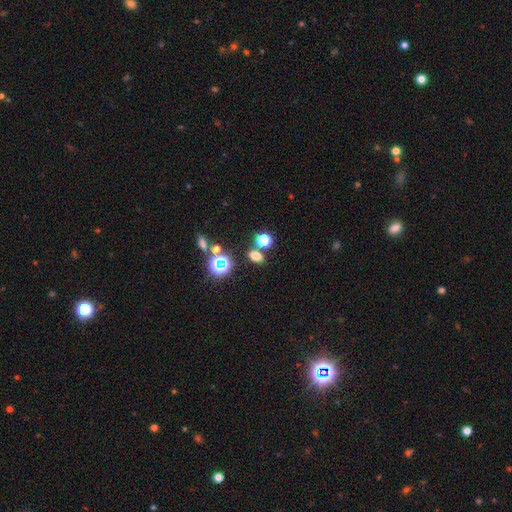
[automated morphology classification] Smooth or featured? smooth (67%)
How rounded? in between (67%)
Merging? none (71%)